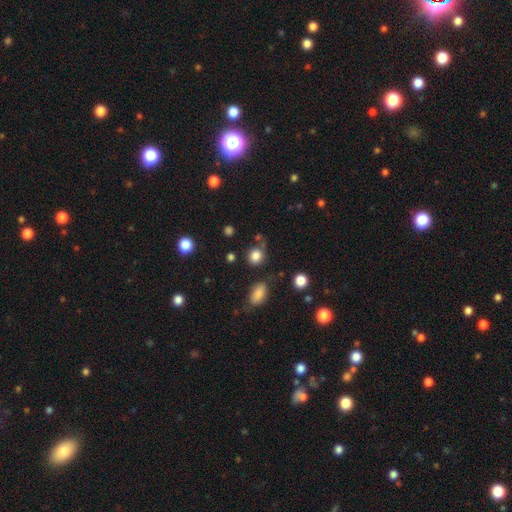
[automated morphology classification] The model was most divided on "merging": none: 66%, minor disturbance: 18%, major disturbance: 8%, merger: 7%. More confident: smooth or featured — smooth (83%); how rounded — round (81%).